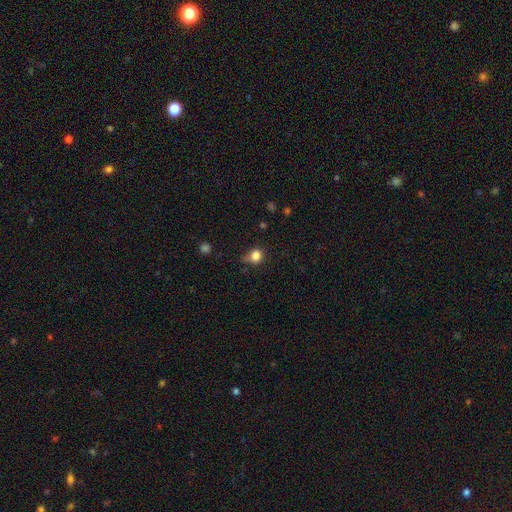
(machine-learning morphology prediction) The model was most divided on "merging": none: 55%, minor disturbance: 31%, major disturbance: 10%, merger: 4%. More confident: smooth or featured — smooth (81%); how rounded — round (76%).